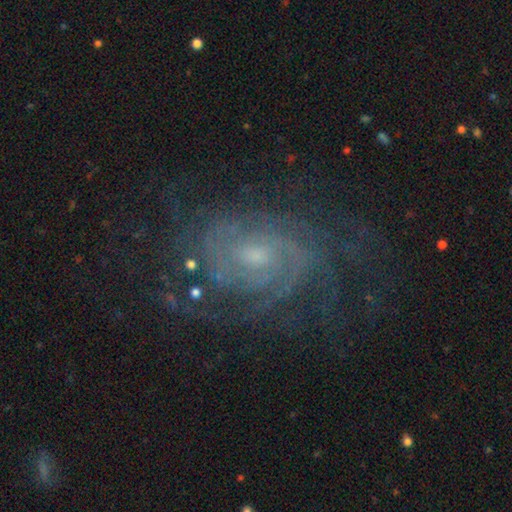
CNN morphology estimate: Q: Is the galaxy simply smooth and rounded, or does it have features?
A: featured or disk — 80%.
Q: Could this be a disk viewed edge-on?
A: no — 96%.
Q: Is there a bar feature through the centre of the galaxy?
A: no — 62%.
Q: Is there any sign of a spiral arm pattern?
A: yes — 94%.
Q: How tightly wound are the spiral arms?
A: tight — 66%.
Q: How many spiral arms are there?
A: can't tell — 40%.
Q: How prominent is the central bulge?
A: small — 59%.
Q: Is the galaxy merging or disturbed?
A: none — 73%.